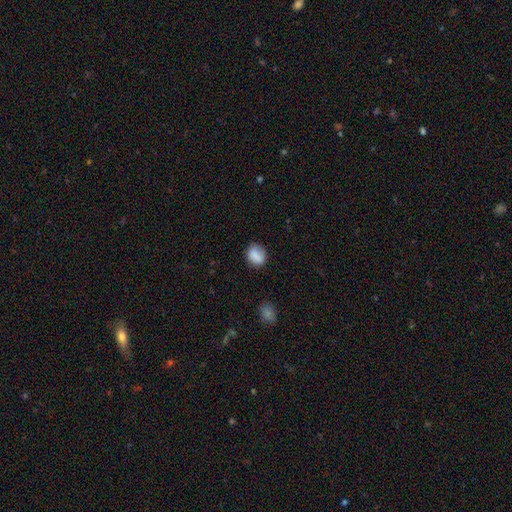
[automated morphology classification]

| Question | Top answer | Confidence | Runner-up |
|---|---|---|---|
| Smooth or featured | smooth | 84% | star or artifact (9%) |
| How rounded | round | 53% | in between (45%) |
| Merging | none | 74% | minor disturbance (19%) |